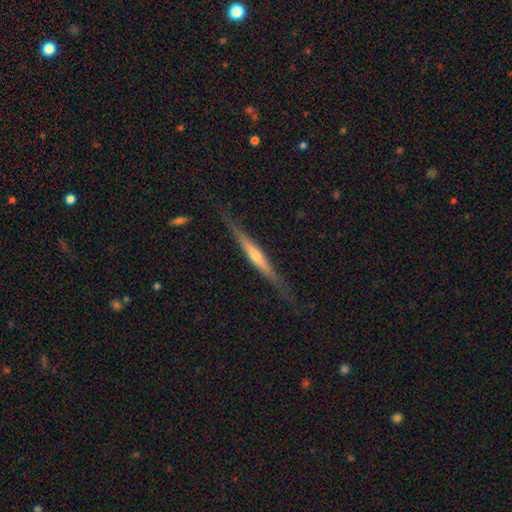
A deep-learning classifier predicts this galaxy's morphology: The model was most divided on "edge-on bulge": rounded: 68%, none: 24%, boxy: 8%. More confident: edge-on disk — yes (98%); merging — none (85%); smooth or featured — featured or disk (78%).